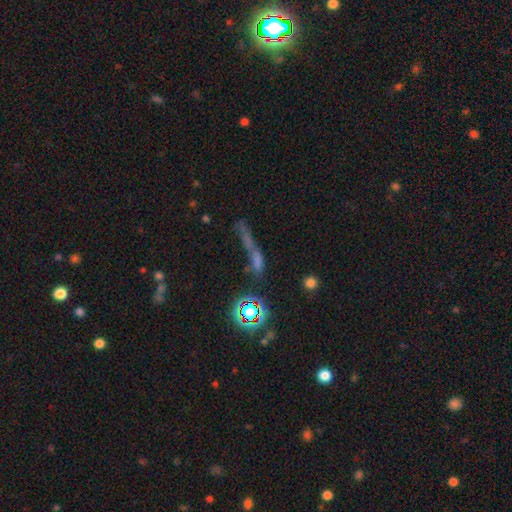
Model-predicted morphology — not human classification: smooth_or_featured: star or artifact (p=0.49) [alt: featured or disk p=0.27]